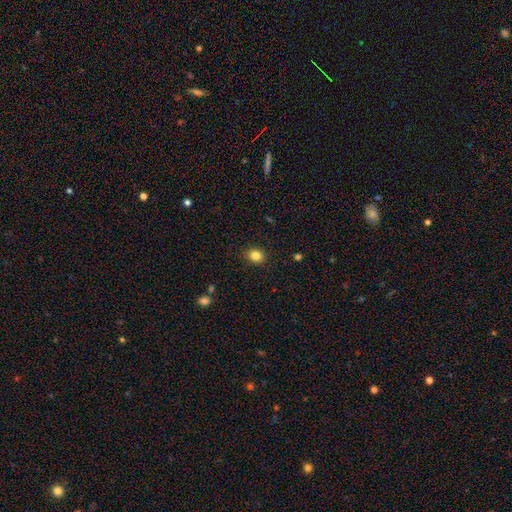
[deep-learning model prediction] smooth-or-featured: smooth: 84% | star or artifact: 11% | featured or disk: 6%
  how-rounded: round: 60% | in between: 40% | cigar-shaped: 1%
  merging: none: 89% | minor disturbance: 8% | major disturbance: 2% | merger: 1%